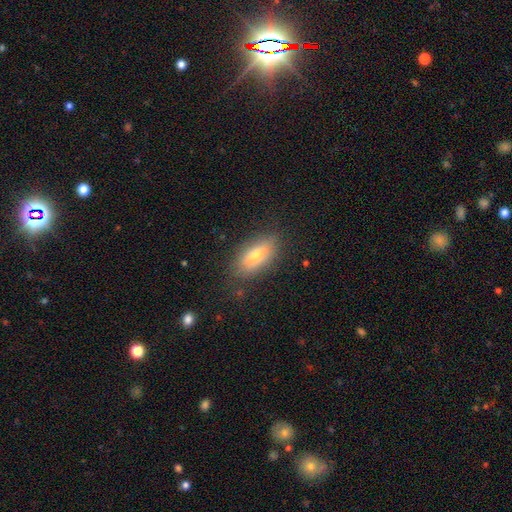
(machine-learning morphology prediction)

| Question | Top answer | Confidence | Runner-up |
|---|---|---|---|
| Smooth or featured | smooth | 67% | featured or disk (24%) |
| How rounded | in between | 81% | cigar-shaped (14%) |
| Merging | none | 82% | minor disturbance (13%) |